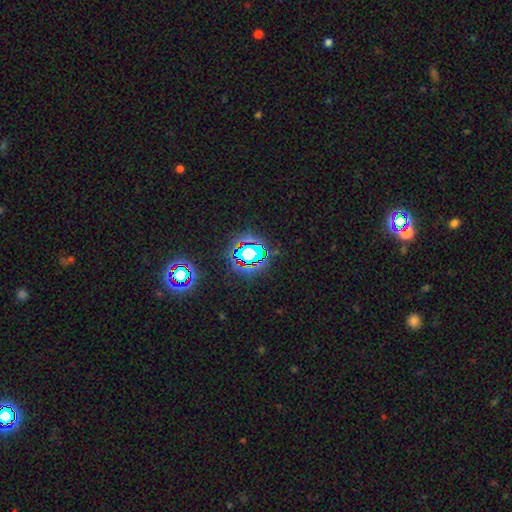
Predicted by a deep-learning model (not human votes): Smooth or featured: star or artifact — 80% (smooth — 13%)